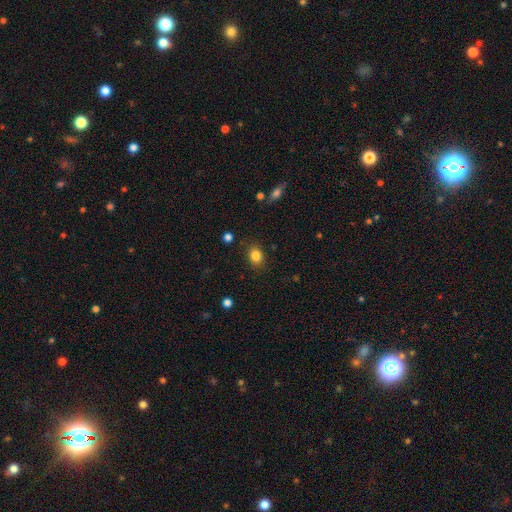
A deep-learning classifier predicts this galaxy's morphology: smooth-or-featured: smooth: 84% | star or artifact: 11% | featured or disk: 6%
  how-rounded: in between: 54% | round: 45% | cigar-shaped: 1%
  merging: none: 86% | minor disturbance: 10% | major disturbance: 3% | merger: 1%